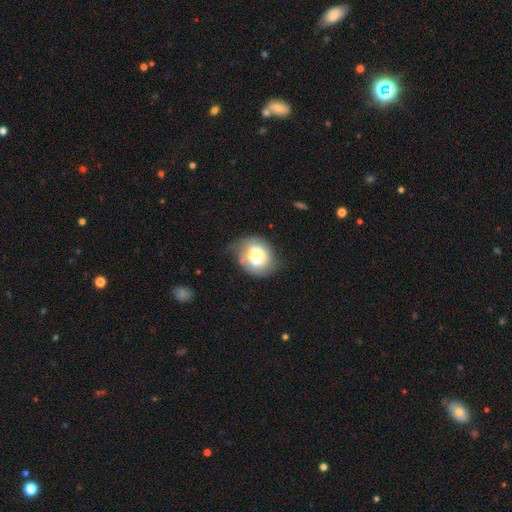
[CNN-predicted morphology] Q: Smooth or featured?
A: smooth (60%); runner-up: featured or disk (31%)
Q: How rounded?
A: round (61%); runner-up: in between (38%)
Q: Merging?
A: none (52%); runner-up: minor disturbance (29%)